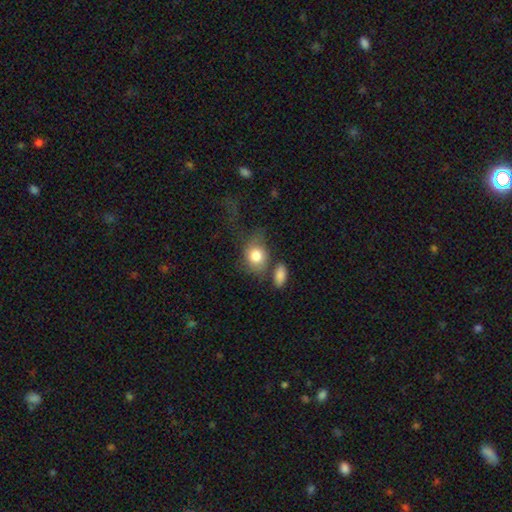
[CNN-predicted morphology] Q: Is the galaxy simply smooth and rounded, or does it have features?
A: smooth — 79%.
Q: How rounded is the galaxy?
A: in between — 52%.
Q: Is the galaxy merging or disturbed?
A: none — 40%.